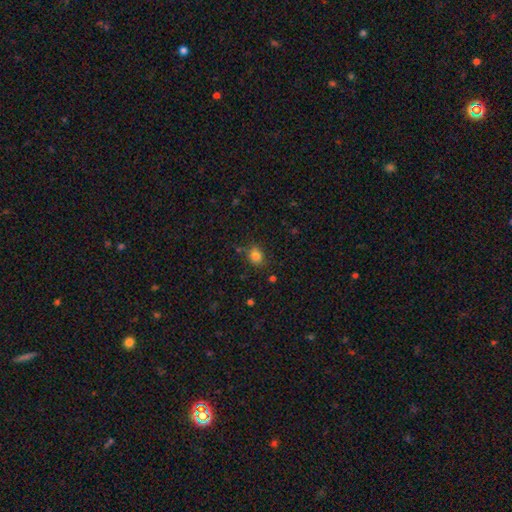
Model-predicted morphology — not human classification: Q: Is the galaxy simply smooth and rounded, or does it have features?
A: smooth — 80%.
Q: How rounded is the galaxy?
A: round — 61%.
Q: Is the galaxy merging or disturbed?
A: none — 76%.